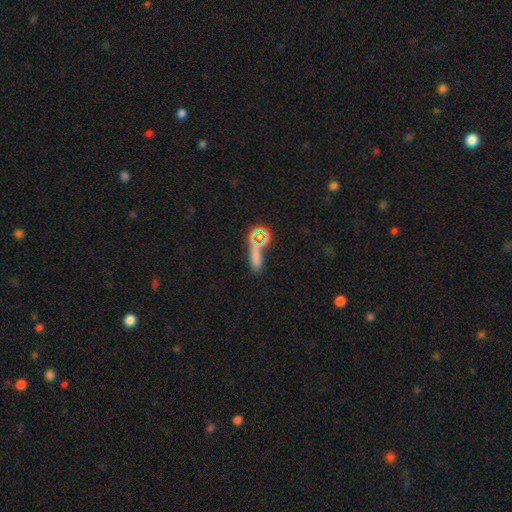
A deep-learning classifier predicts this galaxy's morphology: A smooth galaxy with no disk features (62%) that is cigar-shaped (55%).

Vote fractions:
- Smooth or featured? smooth: 62% / star or artifact: 28% / featured or disk: 10%
- How rounded? cigar-shaped: 55% / in between: 33% / round: 12%
- Merging? none: 66% / minor disturbance: 14% / merger: 13% / major disturbance: 7%